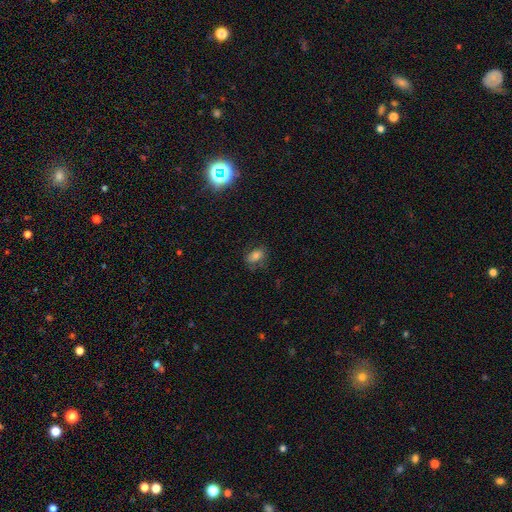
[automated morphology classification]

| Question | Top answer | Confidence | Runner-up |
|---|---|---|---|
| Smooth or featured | smooth | 70% | featured or disk (16%) |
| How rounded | in between | 80% | round (18%) |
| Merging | none | 70% | minor disturbance (20%) |